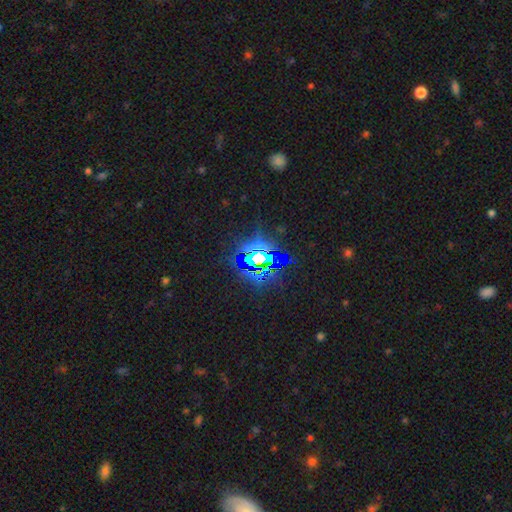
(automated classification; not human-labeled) This is clearly a star or artifact rather than a galaxy (80%).